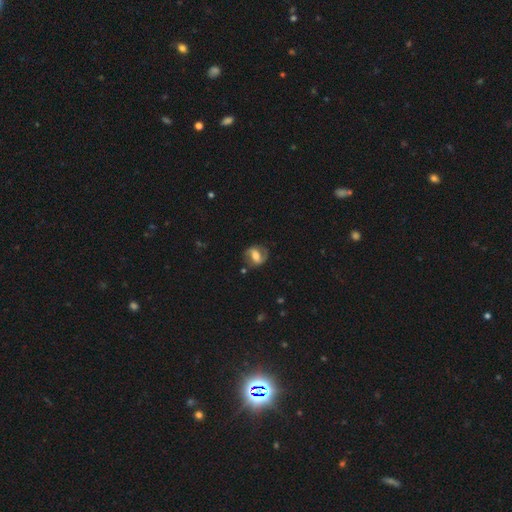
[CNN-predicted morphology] Smooth or featured? Predicted: featured or disk (p=0.66). Edge-on disk? Predicted: no (p=0.96). Bar? Predicted: weak (p=0.39). Spiral arms? Predicted: yes (p=0.85). Spiral winding? Predicted: medium (p=0.45). Spiral arm count? Predicted: 2 (p=0.86). Bulge size? Predicted: moderate (p=0.54). Merging? Predicted: none (p=0.73).